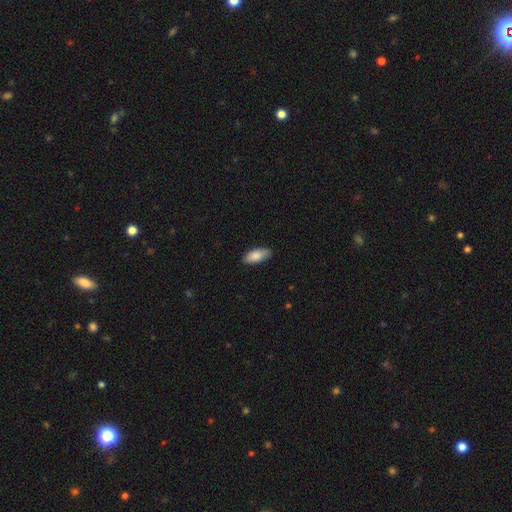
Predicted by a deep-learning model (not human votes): Overall: smooth (84%). How rounded: in between (87%). Merging: none (85%).